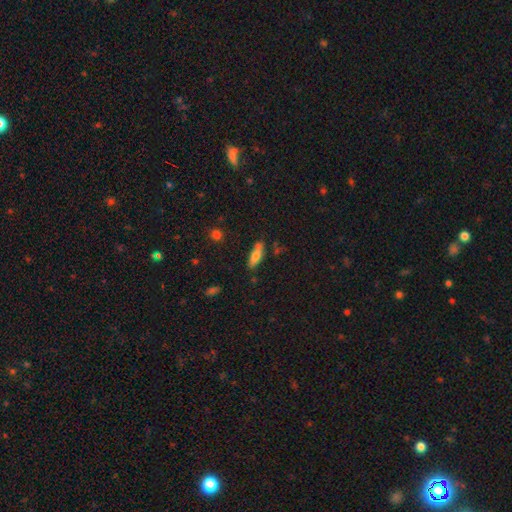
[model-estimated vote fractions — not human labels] Q: Smooth or featured?
A: smooth (71%); runner-up: featured or disk (22%)
Q: How rounded?
A: in between (54%); runner-up: cigar-shaped (44%)
Q: Merging?
A: none (76%); runner-up: minor disturbance (17%)